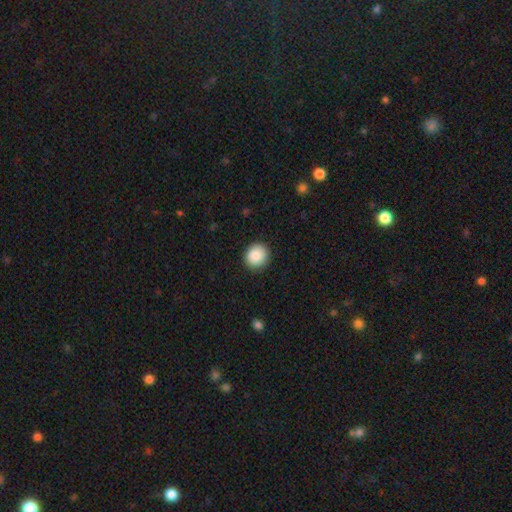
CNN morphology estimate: smooth_or_featured: smooth (p=0.89) [alt: star or artifact p=0.08]
how_rounded: round (p=0.89) [alt: in between p=0.10]
merging: none (p=0.90) [alt: minor disturbance p=0.07]